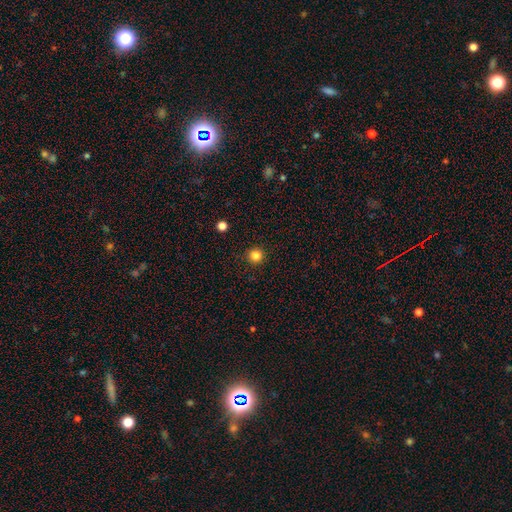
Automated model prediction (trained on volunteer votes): smooth 84%, star or artifact 12%, featured or disk 4%. Down the decision tree: how rounded — round (94%); merging — none (92%).